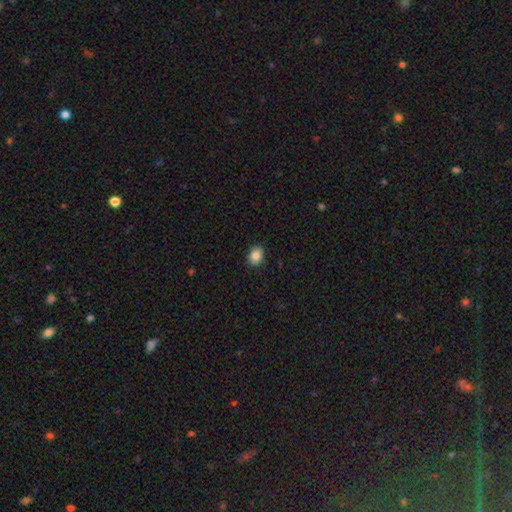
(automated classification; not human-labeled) smooth 84%, star or artifact 8%, featured or disk 7%. Down the decision tree: how rounded — in between (61%); merging — none (90%).